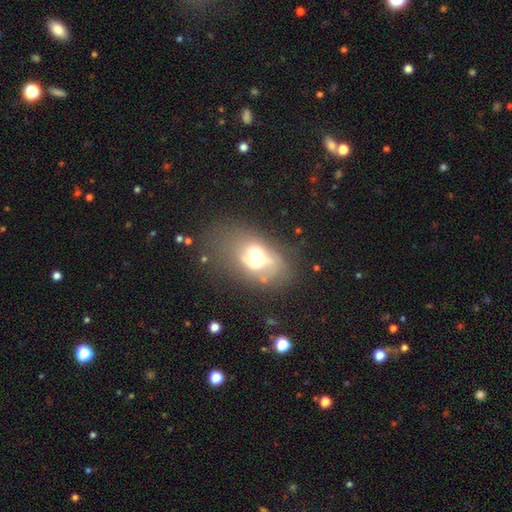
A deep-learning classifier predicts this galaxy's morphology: Smooth or featured?
  - featured or disk: 53% *
  - smooth: 34%
  - star or artifact: 13%
Edge-on disk?
  - no: 95% *
  - yes: 5%
Bar?
  - no: 80% *
  - weak: 15%
  - strong: 5%
Spiral arms?
  - no: 72% *
  - yes: 28%
Bulge size?
  - moderate: 58% *
  - small: 17%
  - large: 16%
  - none: 5%
  - dominant: 4%
Merging?
  - merger: 50% *
  - none: 22%
  - major disturbance: 17%
  - minor disturbance: 12%